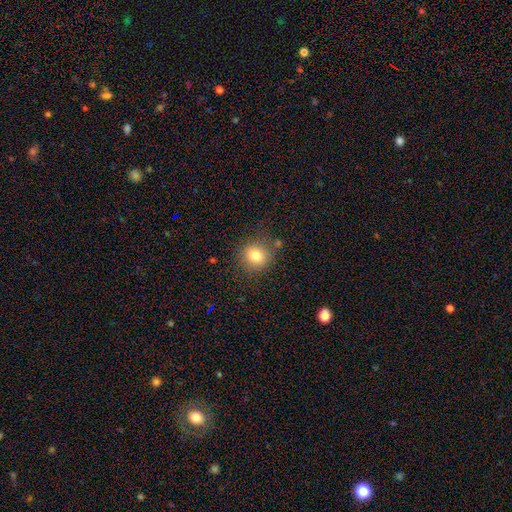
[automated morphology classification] smooth-or-featured: smooth: 80% | star or artifact: 11% | featured or disk: 8%
  how-rounded: round: 81% | in between: 18% | cigar-shaped: 1%
  merging: none: 80% | minor disturbance: 12% | major disturbance: 4% | merger: 3%